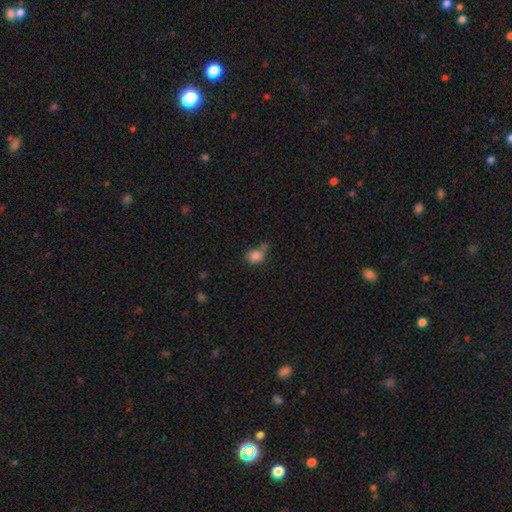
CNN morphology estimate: This appears to be a smooth galaxy with no disk features (83%) that is round (58%). Merging: none (43%).